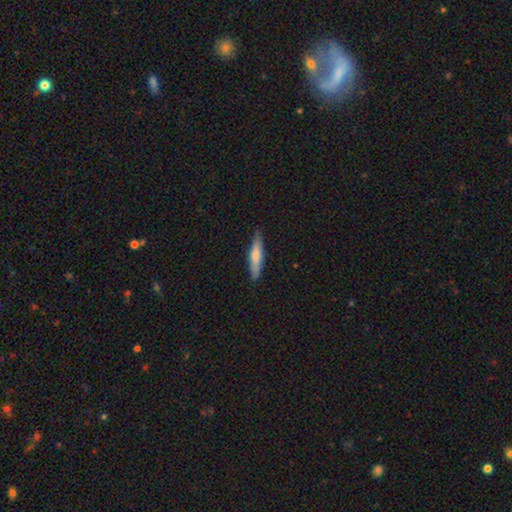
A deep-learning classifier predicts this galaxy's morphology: smooth 65%, featured or disk 30%, star or artifact 5%. Down the decision tree: how rounded — cigar-shaped (85%); merging — none (86%).